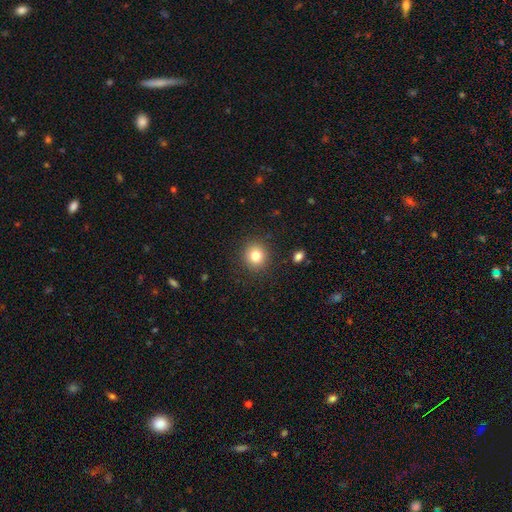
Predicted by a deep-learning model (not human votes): The model was most divided on "smooth or featured": smooth: 81%, star or artifact: 11%, featured or disk: 8%. More confident: merging — none (90%); how rounded — round (88%).